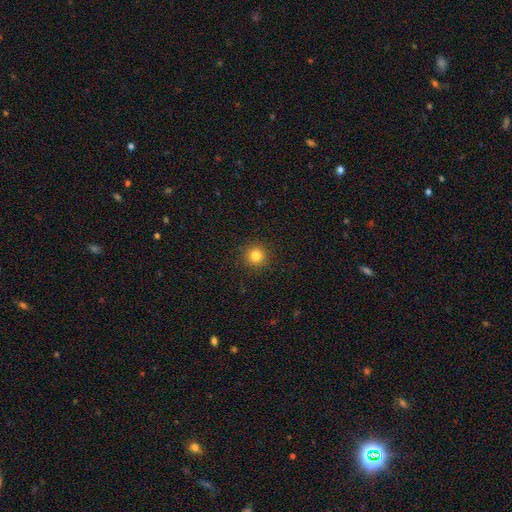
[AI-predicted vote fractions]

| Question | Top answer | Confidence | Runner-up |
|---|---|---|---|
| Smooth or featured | smooth | 82% | star or artifact (13%) |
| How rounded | round | 95% | in between (5%) |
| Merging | none | 91% | minor disturbance (6%) |